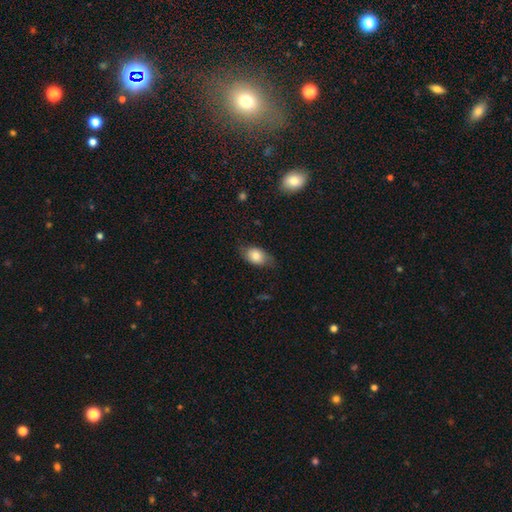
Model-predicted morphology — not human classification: type=smooth (77%); roundness=in between (83%); merging=none (70%).